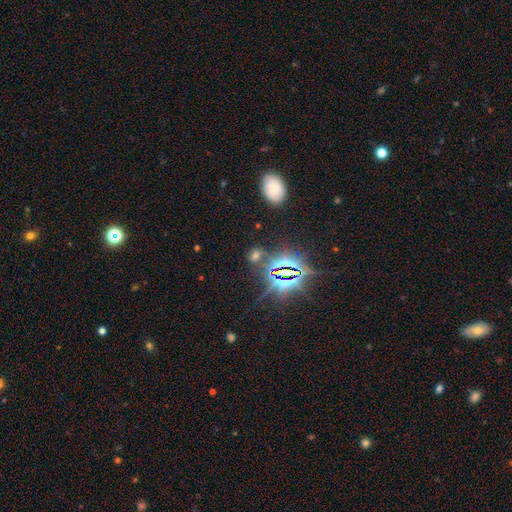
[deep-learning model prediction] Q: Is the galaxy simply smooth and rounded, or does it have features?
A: star or artifact — 55%.